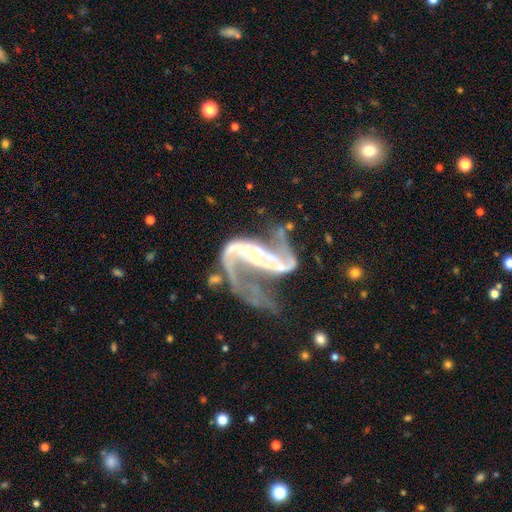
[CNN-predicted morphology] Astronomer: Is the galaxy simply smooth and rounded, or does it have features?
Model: featured or disk — 91%.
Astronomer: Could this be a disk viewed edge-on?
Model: no — 97%.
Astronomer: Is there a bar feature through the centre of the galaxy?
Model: strong — 42% (runner-up: weak, 32%).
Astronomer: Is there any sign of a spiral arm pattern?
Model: yes — 96%.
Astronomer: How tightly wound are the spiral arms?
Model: loose — 55% (runner-up: medium, 36%).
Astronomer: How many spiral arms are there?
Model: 2 — 85%.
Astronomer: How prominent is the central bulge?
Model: small — 65%.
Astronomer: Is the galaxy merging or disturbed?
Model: major disturbance — 38% (runner-up: none, 33%).